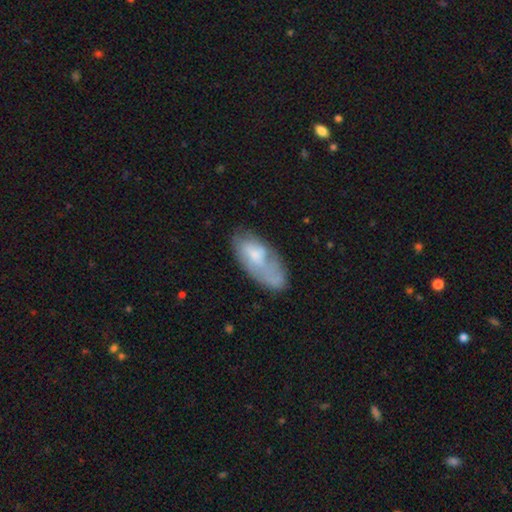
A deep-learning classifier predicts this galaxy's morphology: Smooth or featured? Predicted: smooth (p=0.54). How rounded? Predicted: in between (p=0.87). Merging? Predicted: none (p=0.47).